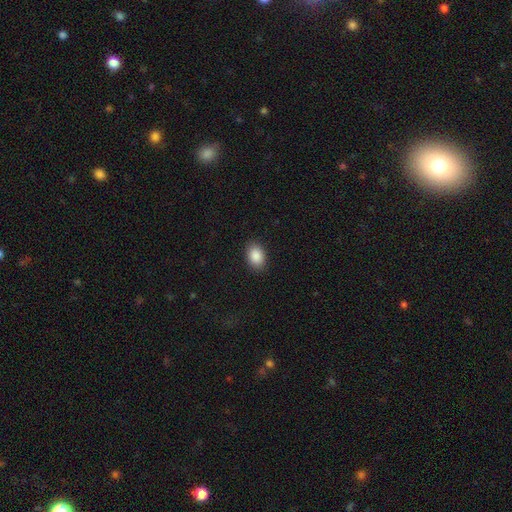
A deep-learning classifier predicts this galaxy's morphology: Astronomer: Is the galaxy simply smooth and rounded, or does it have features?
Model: smooth — 89%.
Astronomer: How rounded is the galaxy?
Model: in between — 82%.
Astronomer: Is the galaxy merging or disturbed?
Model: none — 89%.